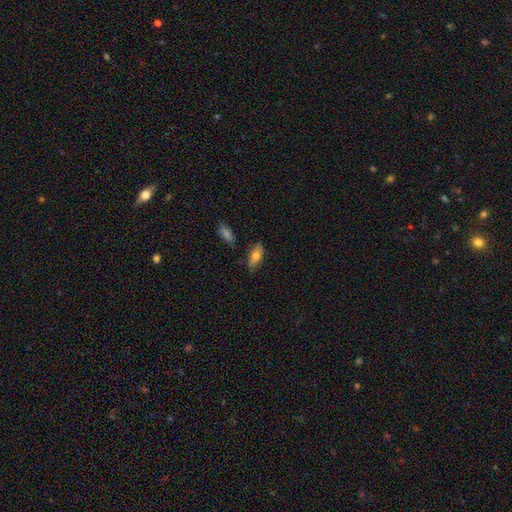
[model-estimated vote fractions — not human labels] This appears to be a smooth galaxy with no disk features (71%) that is in between round and cigar-shaped (81%). Merging: none (79%).